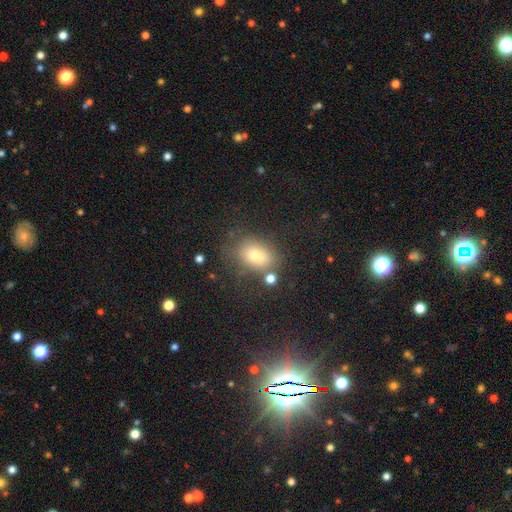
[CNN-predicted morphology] This is likely a smooth galaxy (74%). How rounded: likely in between (73%). Merging: likely none (67%).